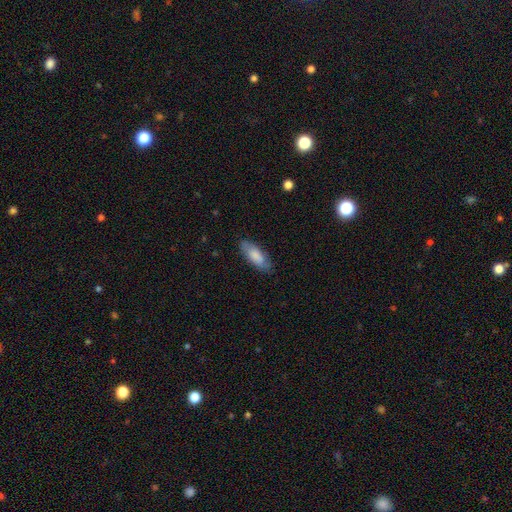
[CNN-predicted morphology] Overall: smooth (79%). How rounded: in between (74%). Merging: none (79%).